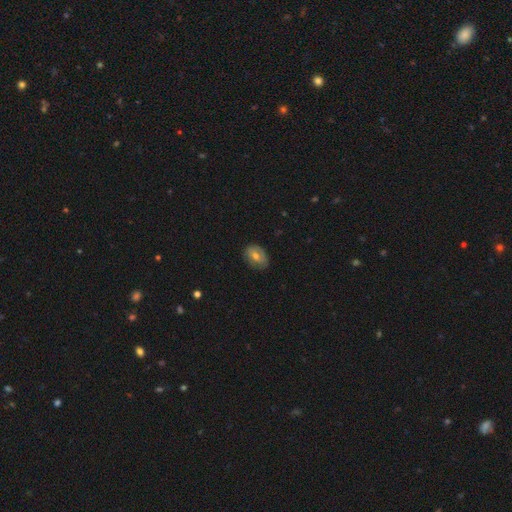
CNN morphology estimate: Smooth or featured? smooth (59%)
How rounded? in between (79%)
Merging? none (80%)